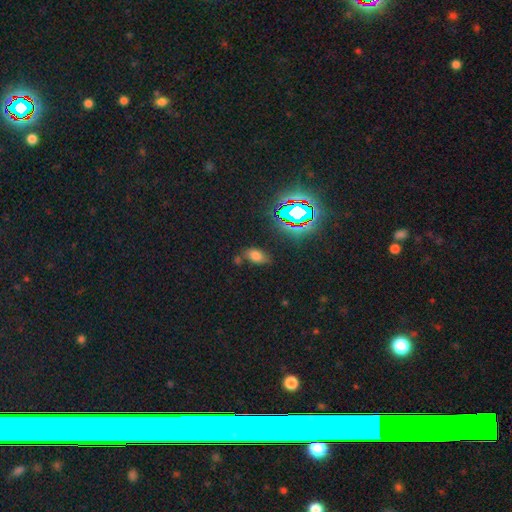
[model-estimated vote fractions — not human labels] Morphology: type=smooth (65%); roundness=in between (87%); merging=none (67%).